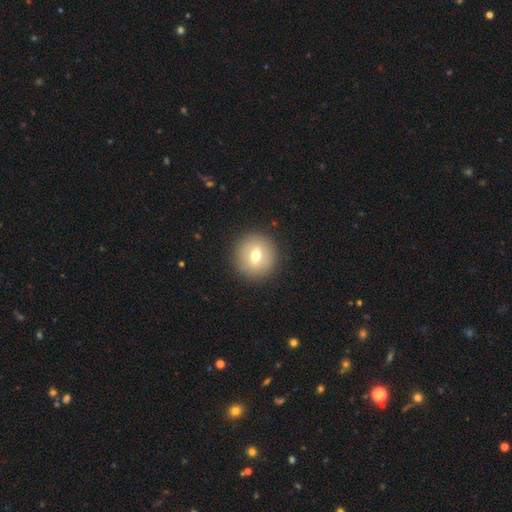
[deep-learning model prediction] Smooth or featured?
  - smooth: 69% *
  - featured or disk: 21%
  - star or artifact: 10%
How rounded?
  - round: 94% *
  - in between: 5%
  - cigar-shaped: 1%
Merging?
  - none: 91% *
  - minor disturbance: 5%
  - major disturbance: 2%
  - merger: 1%